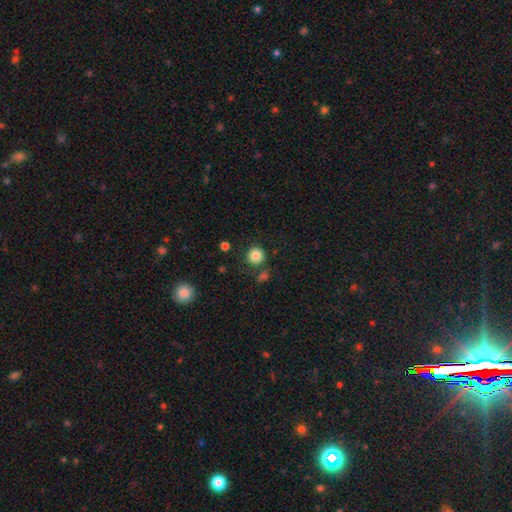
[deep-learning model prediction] Q: Smooth or featured?
A: smooth (84%); runner-up: star or artifact (11%)
Q: How rounded?
A: round (93%); runner-up: in between (7%)
Q: Merging?
A: none (81%); runner-up: minor disturbance (9%)